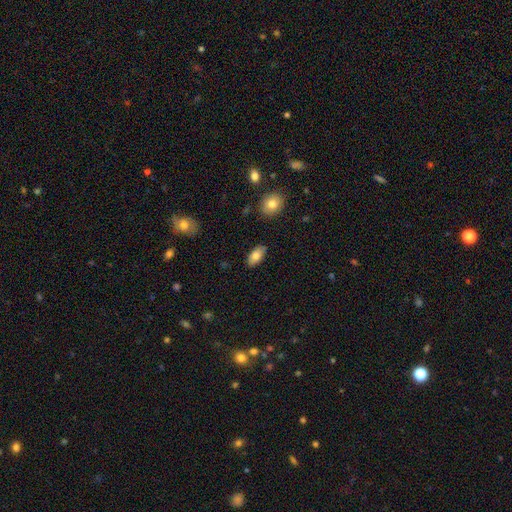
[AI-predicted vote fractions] Smooth or featured? smooth (79%)
How rounded? in between (92%)
Merging? none (85%)